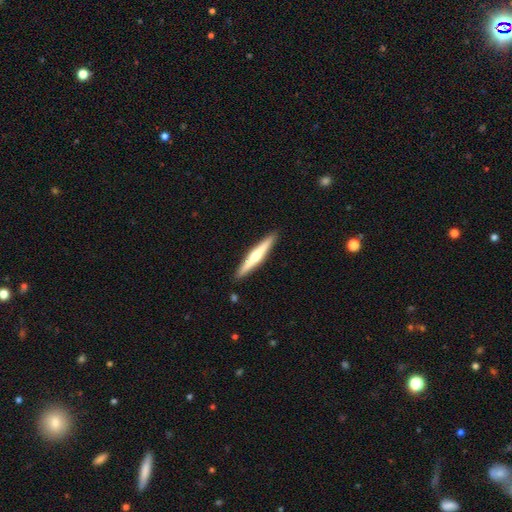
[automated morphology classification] smooth-or-featured: featured or disk: 60% | smooth: 36% | star or artifact: 5%
  disk-edge-on: yes: 97% | no: 3%
    edge-on-bulge: rounded: 84% | none: 11% | boxy: 5%
  merging: none: 92% | minor disturbance: 6% | major disturbance: 1% | merger: 1%